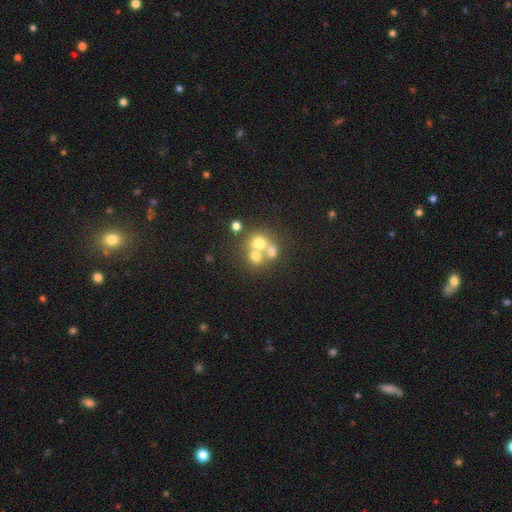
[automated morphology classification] Smooth or featured?
  - smooth: 60% *
  - featured or disk: 23%
  - star or artifact: 17%
How rounded?
  - round: 76% *
  - in between: 23%
  - cigar-shaped: 1%
Merging?
  - merger: 55% *
  - none: 34%
  - minor disturbance: 6%
  - major disturbance: 5%